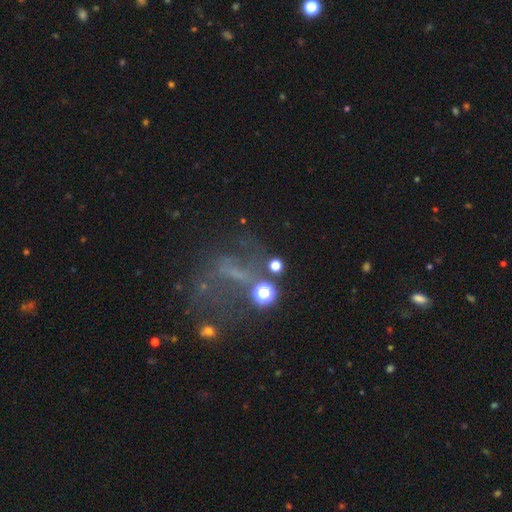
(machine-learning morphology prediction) Q: Smooth or featured?
A: star or artifact (45%); runner-up: featured or disk (37%)